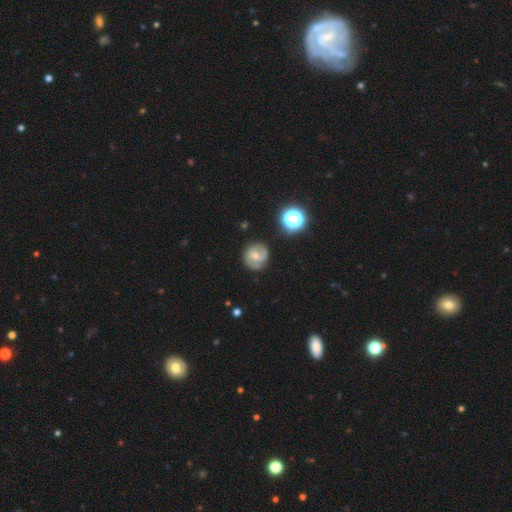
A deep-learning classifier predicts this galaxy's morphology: smooth-or-featured: featured or disk: 61% | smooth: 29% | star or artifact: 10%
  disk-edge-on: no: 98% | yes: 2%
    bar: no: 49% | weak: 42% | strong: 9%
    has-spiral-arms: yes: 87% | no: 13%
      spiral-winding: tight: 43% | medium: 41% | loose: 15%
      spiral-arm-count: 2: 65% | can't tell: 18% | 3: 7% | 1: 7% | 4: 2% | more than 4: 2%
    bulge-size: small: 48% | moderate: 47% | none: 2% | large: 2% | dominant: 1%
  merging: none: 77% | minor disturbance: 16% | major disturbance: 5% | merger: 2%